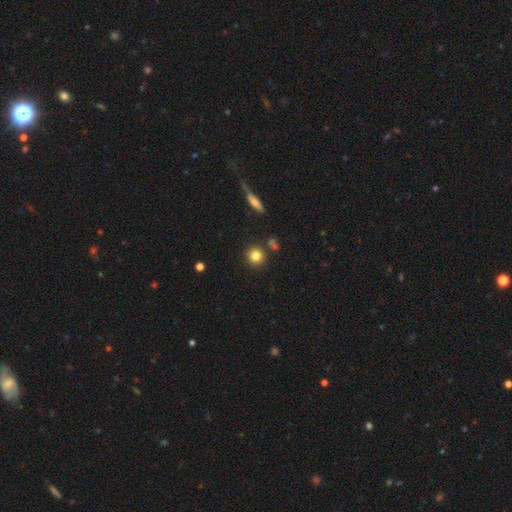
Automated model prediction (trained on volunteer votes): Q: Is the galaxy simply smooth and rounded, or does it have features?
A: smooth — 82%.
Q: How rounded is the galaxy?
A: round — 91%.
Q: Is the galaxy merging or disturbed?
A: none — 85%.